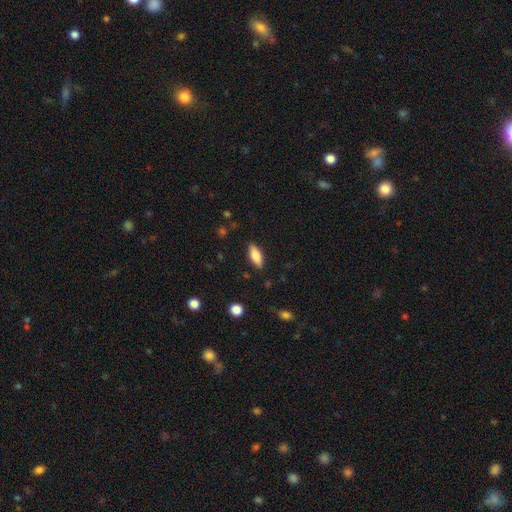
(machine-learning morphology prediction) smooth_or_featured: smooth (p=0.79) [alt: featured or disk p=0.15]
how_rounded: in between (p=0.74) [alt: cigar-shaped p=0.24]
merging: none (p=0.86) [alt: minor disturbance p=0.10]